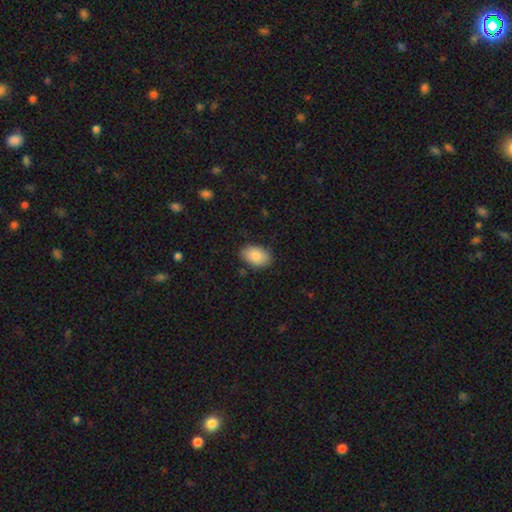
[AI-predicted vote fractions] smooth 87%, star or artifact 7%, featured or disk 6%. Down the decision tree: how rounded — in between (90%); merging — none (85%).